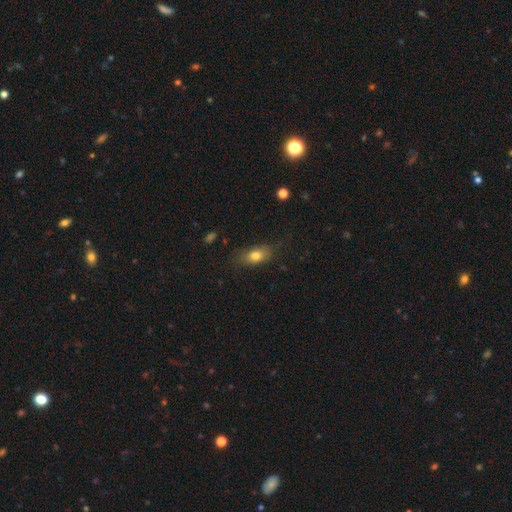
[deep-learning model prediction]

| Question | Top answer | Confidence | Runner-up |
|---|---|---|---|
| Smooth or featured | smooth | 77% | featured or disk (14%) |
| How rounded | in between | 81% | round (10%) |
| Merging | none | 73% | minor disturbance (20%) |